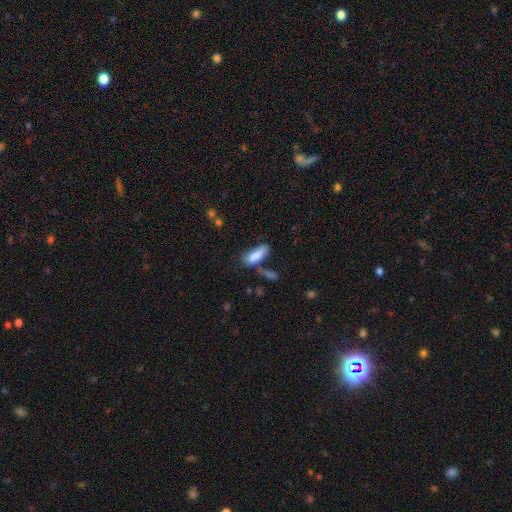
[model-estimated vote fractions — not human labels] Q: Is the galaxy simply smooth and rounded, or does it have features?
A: smooth — 83%.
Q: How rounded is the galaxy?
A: in between — 65%.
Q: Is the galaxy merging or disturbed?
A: none — 54%.